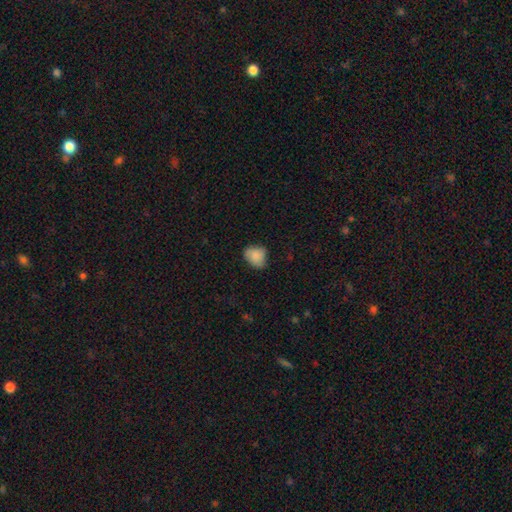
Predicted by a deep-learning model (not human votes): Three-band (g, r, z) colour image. It shows a smooth galaxy with no disk features (84%) that is in between round and cigar-shaped (51%). Merging: none (60%).